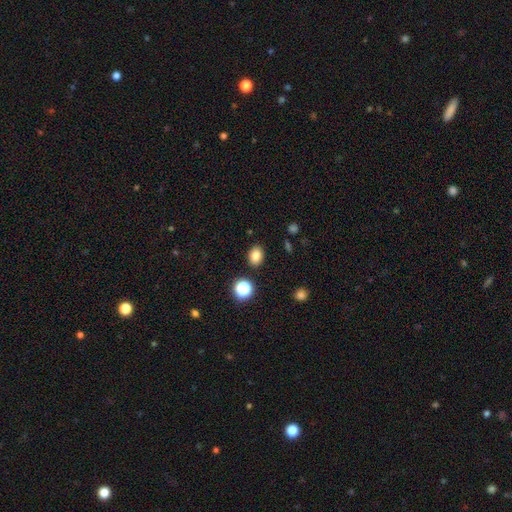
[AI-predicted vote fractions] Overall: smooth (82%). How rounded: in between (61%; round 38%). Merging: none (87%).